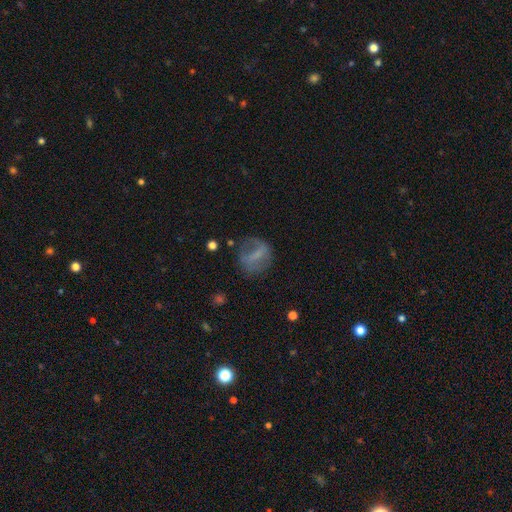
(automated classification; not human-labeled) Smooth or featured?
  - smooth: 46% *
  - featured or disk: 42%
  - star or artifact: 12%
Merging?
  - none: 59% *
  - minor disturbance: 21%
  - major disturbance: 18%
  - merger: 3%